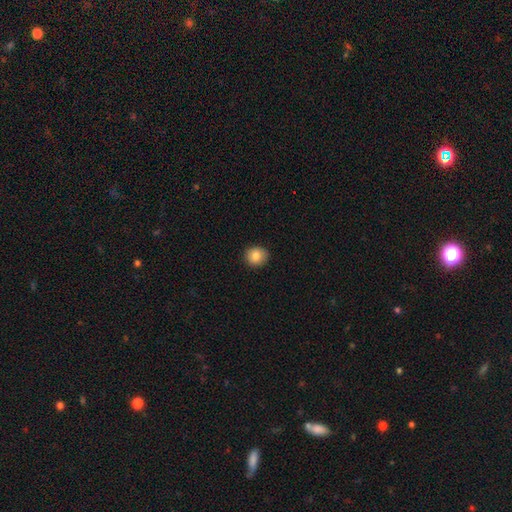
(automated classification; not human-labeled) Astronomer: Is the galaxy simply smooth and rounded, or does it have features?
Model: smooth — 83%.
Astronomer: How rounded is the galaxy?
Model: round — 84%.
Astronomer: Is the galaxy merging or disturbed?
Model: none — 91%.